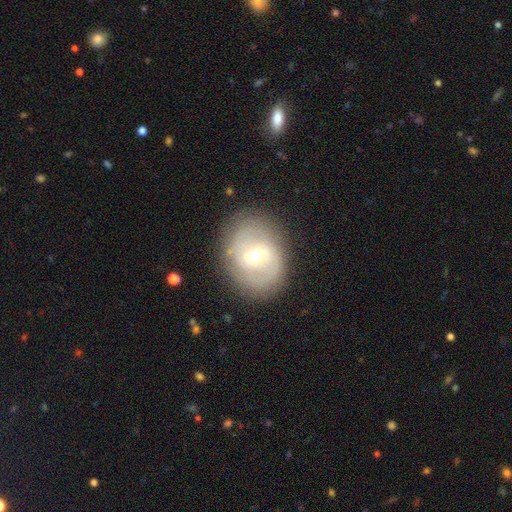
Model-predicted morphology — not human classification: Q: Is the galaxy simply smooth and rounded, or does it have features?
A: featured or disk — 61%.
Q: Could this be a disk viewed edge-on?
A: no — 95%.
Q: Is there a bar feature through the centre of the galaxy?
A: weak — 49%.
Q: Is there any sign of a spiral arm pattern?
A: yes — 62%.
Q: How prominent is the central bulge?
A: moderate — 53%.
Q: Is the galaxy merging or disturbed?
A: none — 80%.